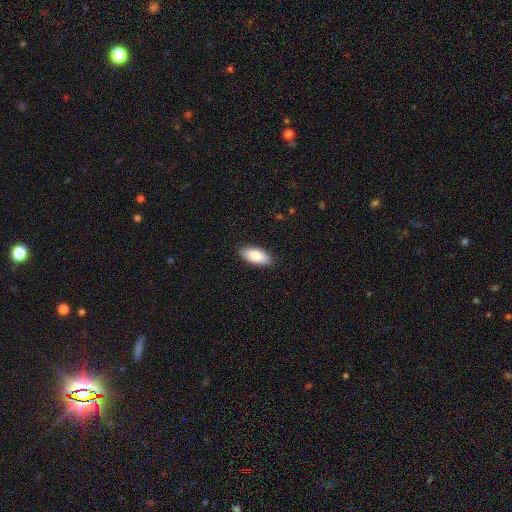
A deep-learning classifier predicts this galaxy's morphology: The model was most divided on "smooth or featured": smooth: 85%, featured or disk: 9%, star or artifact: 6%. More confident: how rounded — in between (88%); merging — none (87%).